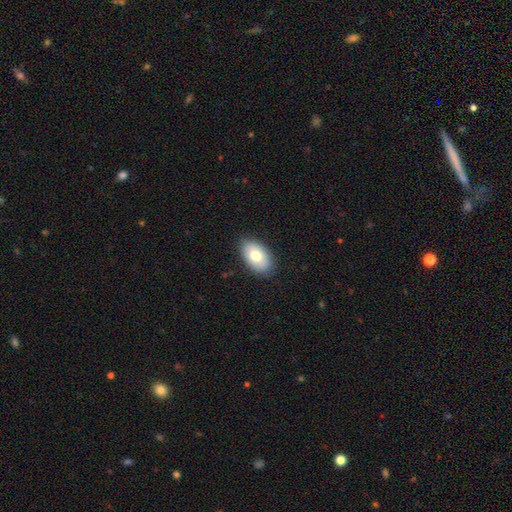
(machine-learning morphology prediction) The model was most divided on "smooth or featured": smooth: 73%, featured or disk: 20%, star or artifact: 7%. More confident: how rounded — in between (92%); merging — none (86%).